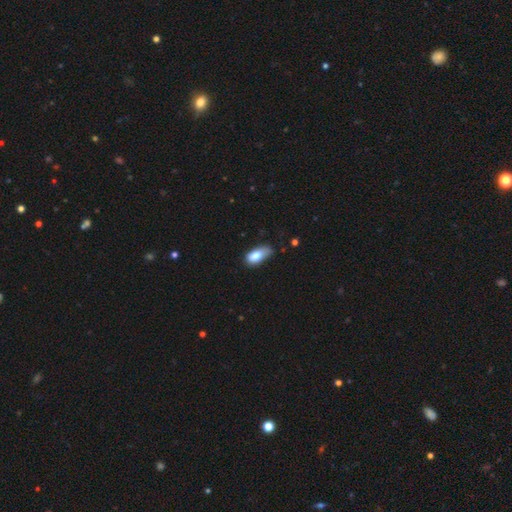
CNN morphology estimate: Smooth or featured? smooth (80%)
How rounded? in between (89%)
Merging? minor disturbance (43%)